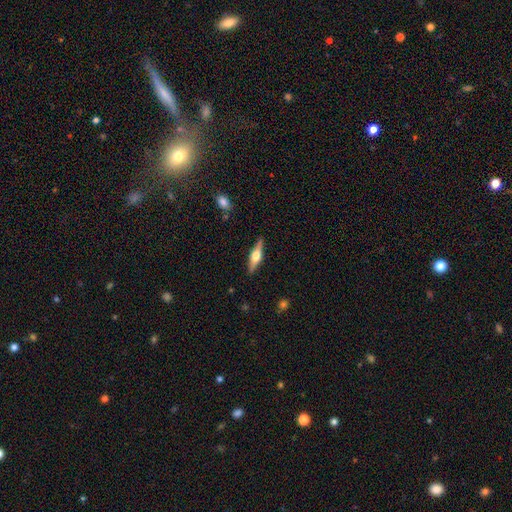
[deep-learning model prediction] The model was most divided on "smooth or featured": featured or disk: 59%, smooth: 36%, star or artifact: 6%. More confident: edge-on disk — yes (94%); edge-on bulge — rounded (93%); merging — none (88%).